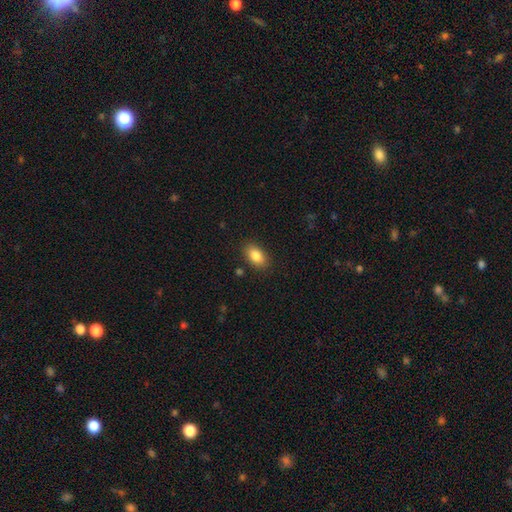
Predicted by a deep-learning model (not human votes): The model was most divided on "merging": none: 86%, minor disturbance: 9%, major disturbance: 3%, merger: 2%. More confident: how rounded — in between (91%); smooth or featured — smooth (86%).